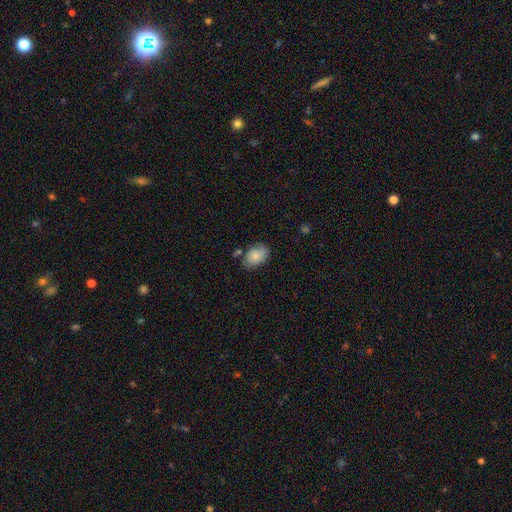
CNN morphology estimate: smooth-or-featured: smooth: 74% | featured or disk: 18% | star or artifact: 8%
  how-rounded: in between: 82% | round: 17% | cigar-shaped: 1%
  merging: none: 64% | minor disturbance: 23% | major disturbance: 6% | merger: 6%